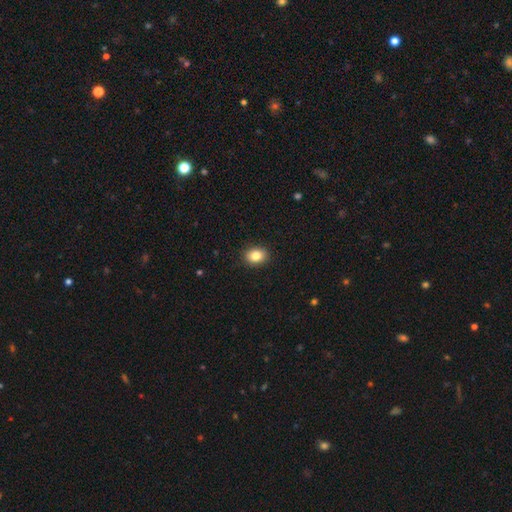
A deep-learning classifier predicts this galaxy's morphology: smooth-or-featured: smooth: 84% | star or artifact: 9% | featured or disk: 7%
  how-rounded: in between: 59% | round: 40% | cigar-shaped: 1%
  merging: none: 90% | minor disturbance: 7% | major disturbance: 2% | merger: 1%